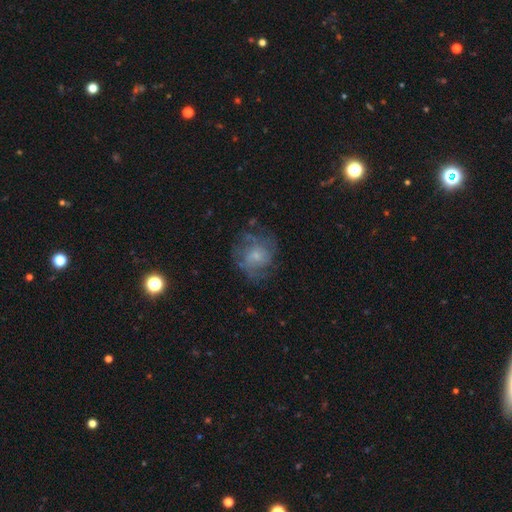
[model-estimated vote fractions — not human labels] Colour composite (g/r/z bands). It shows a featured or disk galaxy (57%) with no bar (73%), spiral arms (74%) and a small central bulge (52%). Merging: none (63%).